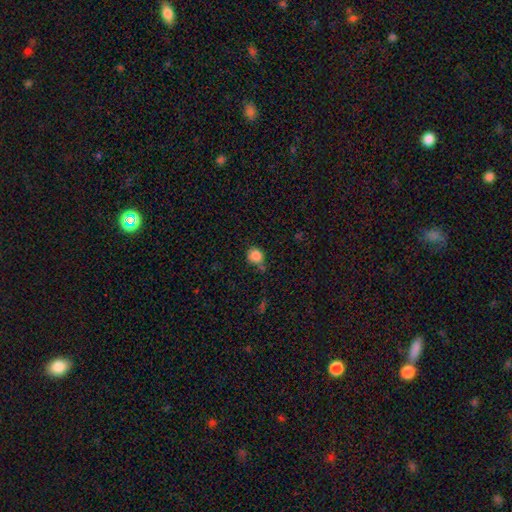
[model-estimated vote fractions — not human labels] Smooth or featured: smooth — 86% (star or artifact — 10%)
How rounded: round — 82% (in between — 17%)
Merging: none — 61% (minor disturbance — 22%)